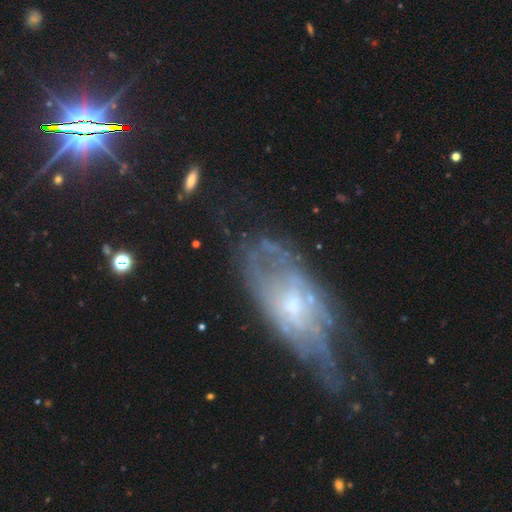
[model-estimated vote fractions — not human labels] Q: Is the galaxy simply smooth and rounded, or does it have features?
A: featured or disk — 68%.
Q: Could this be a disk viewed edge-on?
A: no — 85%.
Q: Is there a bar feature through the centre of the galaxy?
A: no — 65%.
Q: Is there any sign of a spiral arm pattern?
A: yes — 61%.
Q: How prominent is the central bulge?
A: small — 52%.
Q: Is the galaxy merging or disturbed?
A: none — 48%.